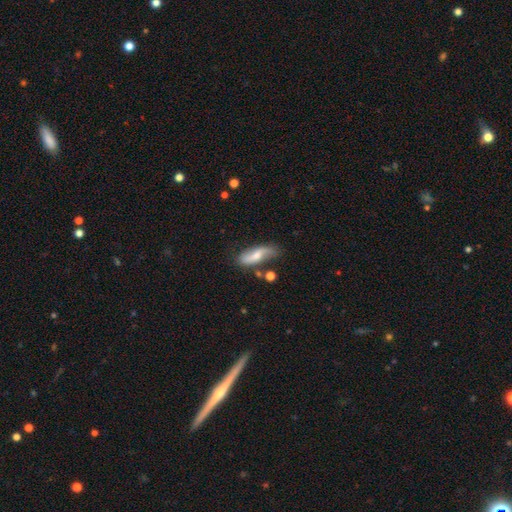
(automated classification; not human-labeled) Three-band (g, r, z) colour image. It shows a featured or disk galaxy (47%). Merging: none (63%).